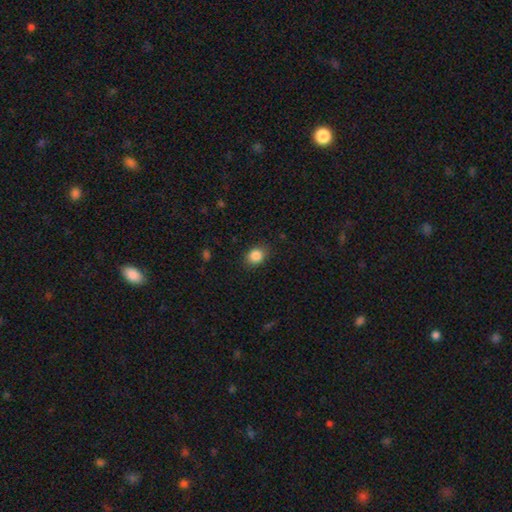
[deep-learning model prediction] A smooth galaxy with no disk features (86%) that is in between round and cigar-shaped (51%).

Vote fractions:
- Smooth or featured? smooth: 86% / star or artifact: 10% / featured or disk: 4%
- How rounded? in between: 51% / round: 48% / cigar-shaped: 1%
- Merging? none: 86% / minor disturbance: 11% / major disturbance: 3% / merger: 1%